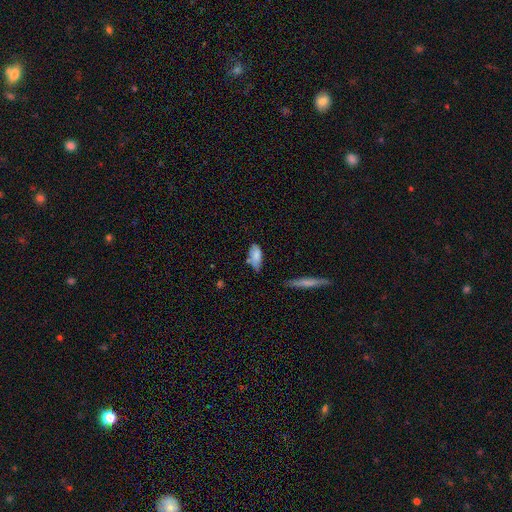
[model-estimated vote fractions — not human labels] Smooth or featured? Predicted: smooth (p=0.78). How rounded? Predicted: in between (p=0.85). Merging? Predicted: none (p=0.53).